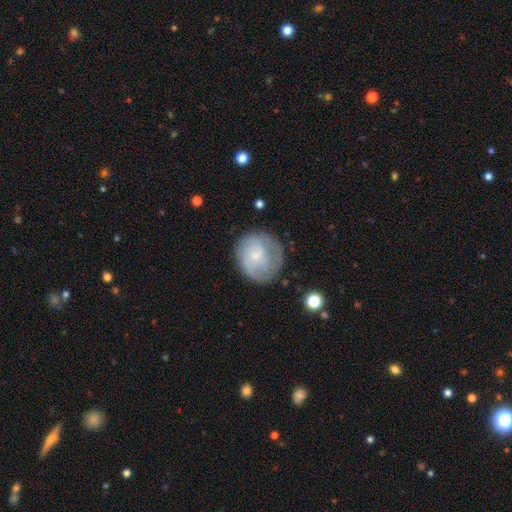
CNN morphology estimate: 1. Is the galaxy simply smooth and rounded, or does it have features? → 47% smooth, 46% featured or disk, 7% star or artifact.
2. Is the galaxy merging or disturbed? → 65% none, 21% minor disturbance, 12% major disturbance, 2% merger.